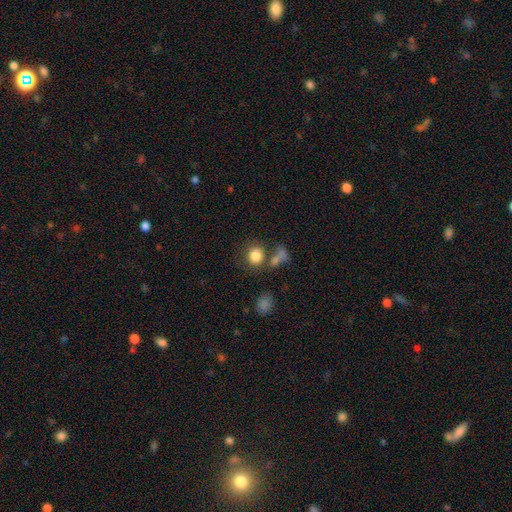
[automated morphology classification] smooth 83%, star or artifact 11%, featured or disk 7%. Down the decision tree: how rounded — round (77%); merging — none (67%).